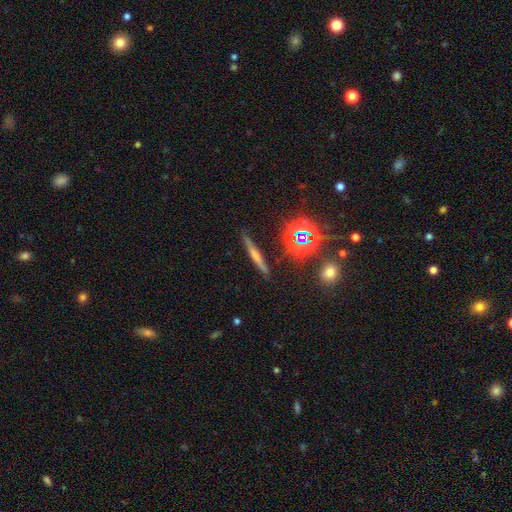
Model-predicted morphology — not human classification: This appears to be a featured or disk galaxy (45%). Merging: none (87%).